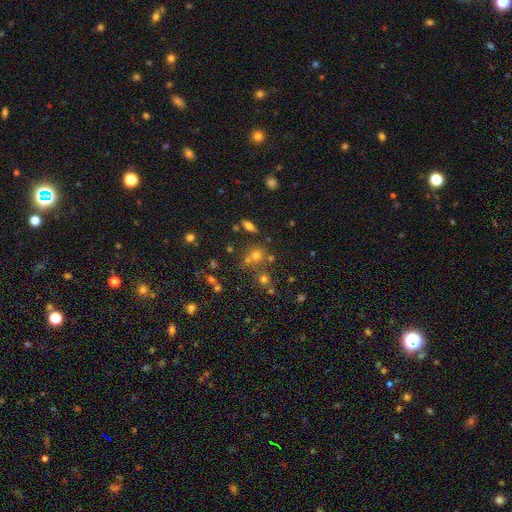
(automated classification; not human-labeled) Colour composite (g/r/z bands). It shows a smooth galaxy with no disk features (54%) that is round (80%). Merging: none (60%).